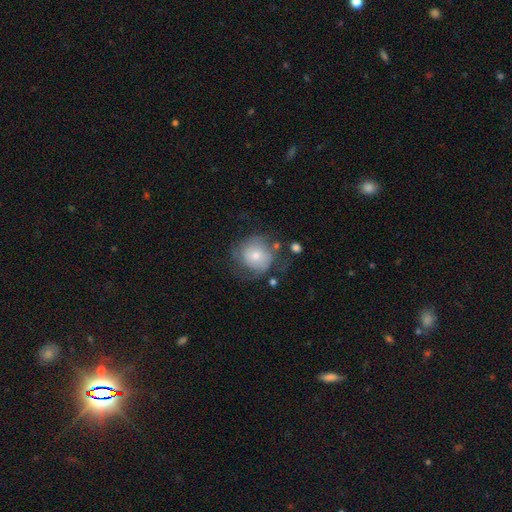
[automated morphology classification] The model was most divided on "smooth or featured": smooth: 52%, featured or disk: 39%, star or artifact: 8%. More confident: how rounded — round (86%); merging — none (50%).